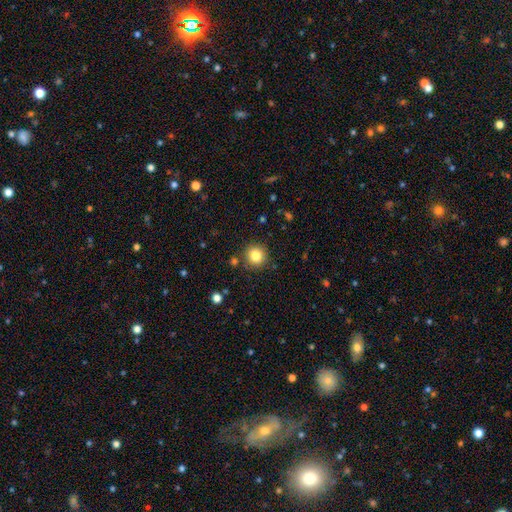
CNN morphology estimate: A smooth galaxy with no disk features (82%) that is round (92%).

Vote fractions:
- Smooth or featured? smooth: 82% / star or artifact: 11% / featured or disk: 7%
- How rounded? round: 92% / in between: 7% / cigar-shaped: 1%
- Merging? none: 87% / minor disturbance: 7% / merger: 3% / major disturbance: 2%